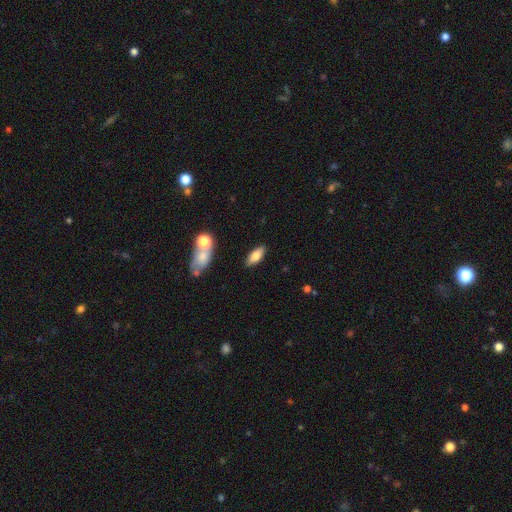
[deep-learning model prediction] This appears to be a smooth galaxy with no disk features (73%) that is in between round and cigar-shaped (77%). Merging: none (84%).